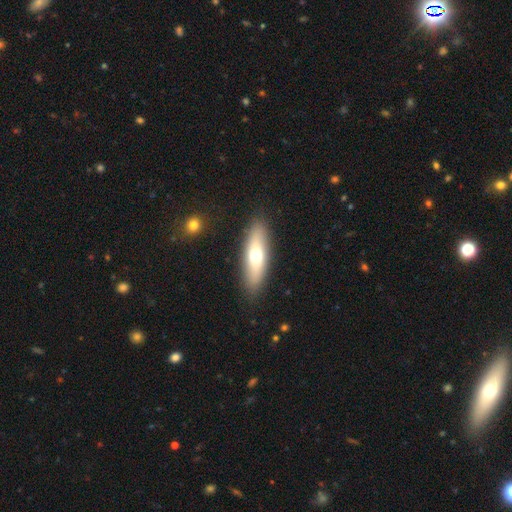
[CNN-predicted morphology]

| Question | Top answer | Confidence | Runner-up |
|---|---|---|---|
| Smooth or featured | smooth | 62% | featured or disk (32%) |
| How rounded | in between | 50% | cigar-shaped (47%) |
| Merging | none | 88% | minor disturbance (8%) |